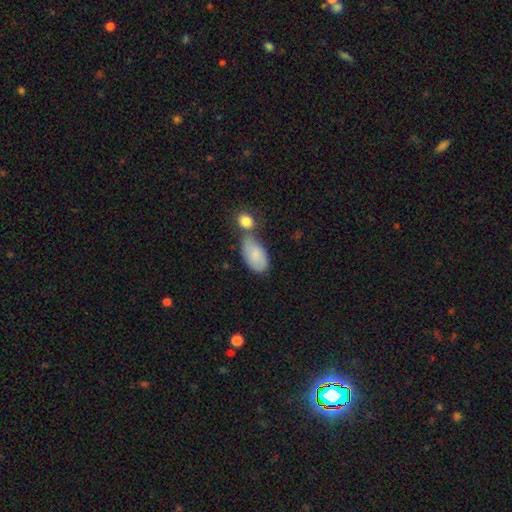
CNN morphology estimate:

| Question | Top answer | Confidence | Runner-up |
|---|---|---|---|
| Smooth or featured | smooth | 81% | featured or disk (12%) |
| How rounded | in between | 93% | round (4%) |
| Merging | none | 43% | merger (30%) |